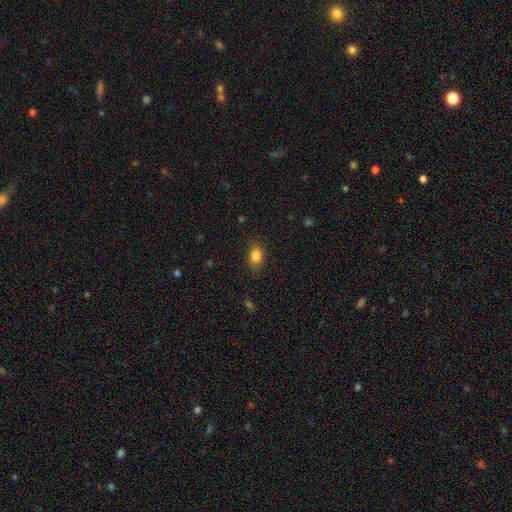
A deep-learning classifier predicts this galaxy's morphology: smooth-or-featured: smooth: 85% | star or artifact: 10% | featured or disk: 6%
  how-rounded: in between: 83% | round: 15% | cigar-shaped: 2%
  merging: none: 85% | minor disturbance: 11% | major disturbance: 3% | merger: 1%